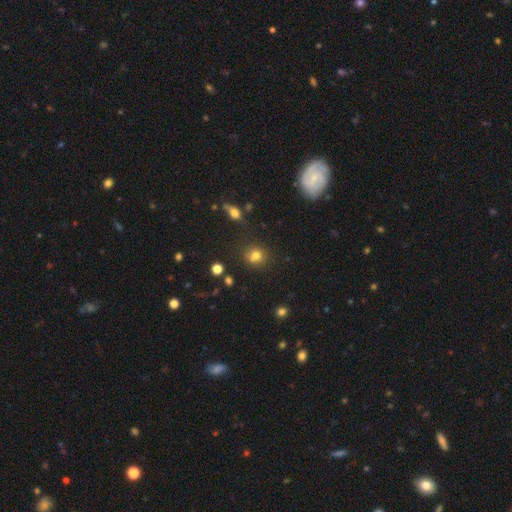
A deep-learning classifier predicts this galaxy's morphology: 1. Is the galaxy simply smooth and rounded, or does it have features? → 72% smooth, 18% star or artifact, 10% featured or disk.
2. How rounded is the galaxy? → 80% round, 19% in between, 1% cigar-shaped.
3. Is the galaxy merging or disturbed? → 62% none, 21% merger, 13% minor disturbance, 5% major disturbance.